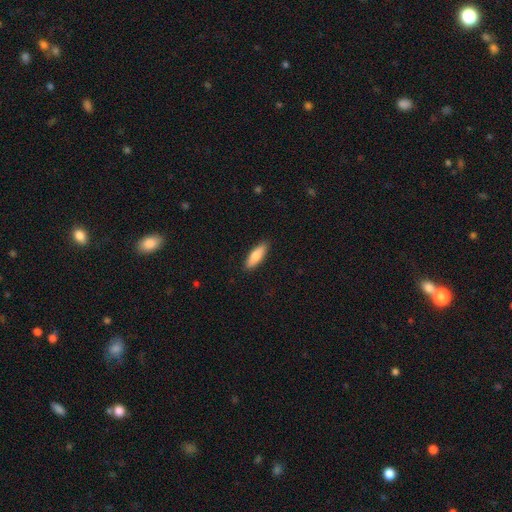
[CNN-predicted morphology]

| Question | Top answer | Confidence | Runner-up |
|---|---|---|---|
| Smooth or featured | smooth | 81% | featured or disk (14%) |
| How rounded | in between | 53% | cigar-shaped (45%) |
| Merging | none | 89% | minor disturbance (9%) |